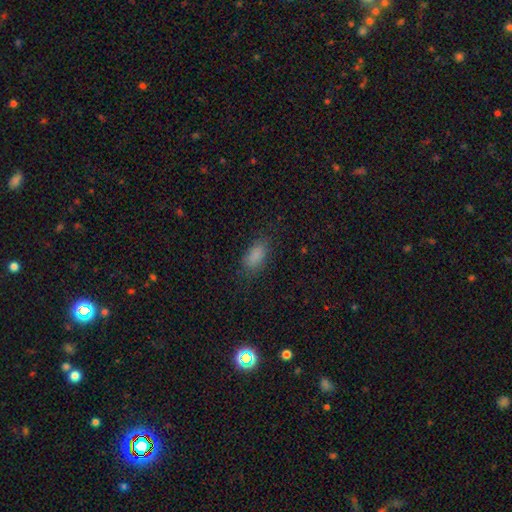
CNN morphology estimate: type=smooth (85%); roundness=in between (89%); merging=none (80%).